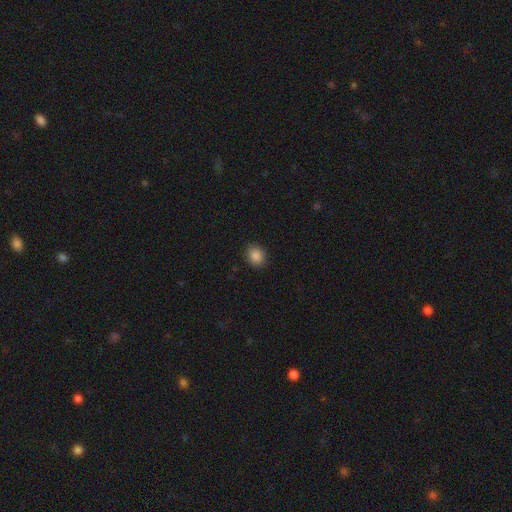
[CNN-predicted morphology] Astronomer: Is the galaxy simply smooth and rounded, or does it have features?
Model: smooth — 87%.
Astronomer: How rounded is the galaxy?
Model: round — 62%.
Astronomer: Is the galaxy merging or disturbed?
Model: none — 89%.